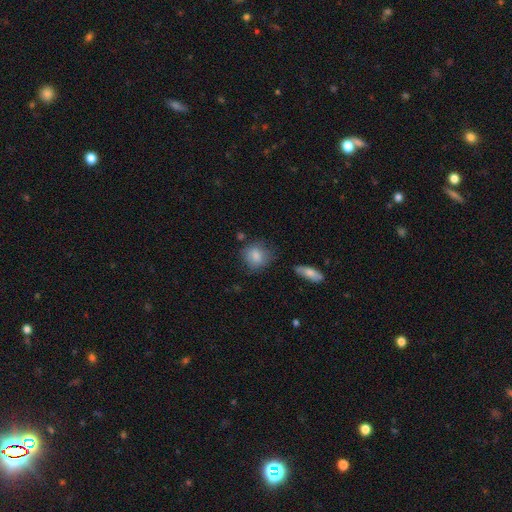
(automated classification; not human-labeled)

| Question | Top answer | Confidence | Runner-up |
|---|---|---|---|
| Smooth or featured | smooth | 81% | featured or disk (10%) |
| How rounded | round | 68% | in between (30%) |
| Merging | none | 69% | minor disturbance (20%) |